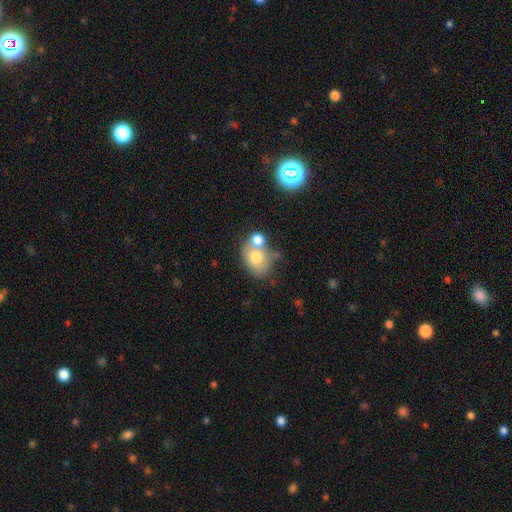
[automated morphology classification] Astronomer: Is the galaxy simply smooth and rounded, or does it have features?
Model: smooth — 70%.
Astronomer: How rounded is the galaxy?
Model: in between — 56% (runner-up: round, 42%).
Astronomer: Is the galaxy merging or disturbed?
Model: merger — 43% (runner-up: none, 37%).